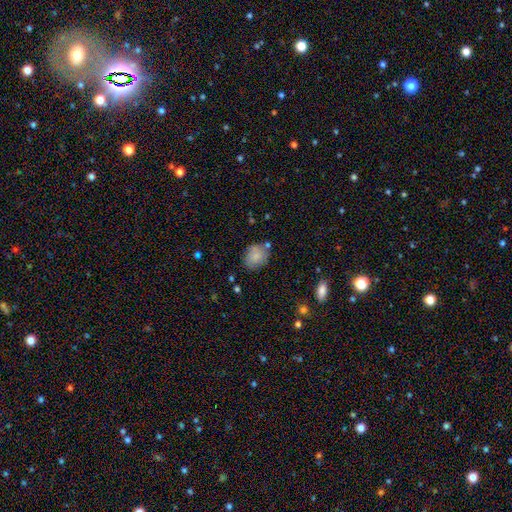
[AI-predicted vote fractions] Smooth or featured? Predicted: smooth (p=0.83). How rounded? Predicted: in between (p=0.52). Merging? Predicted: none (p=0.70).